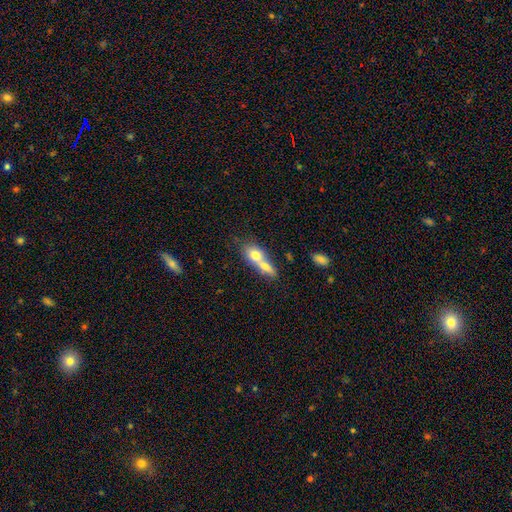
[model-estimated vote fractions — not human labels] A smooth galaxy with no disk features (69%) that is in between round and cigar-shaped (59%). Merging: merger (70%).